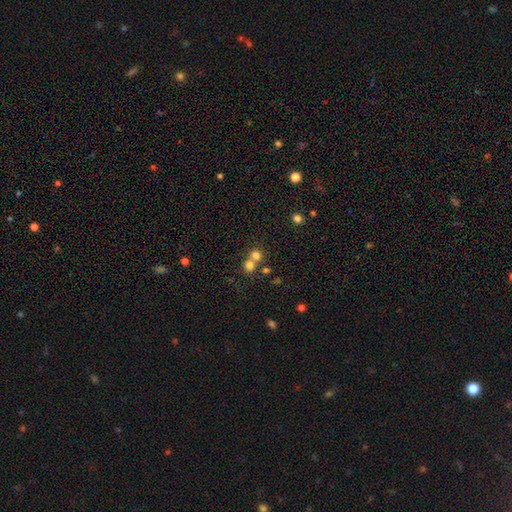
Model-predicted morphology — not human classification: Overall: smooth (74%). How rounded: round (84%). Merging: merger (51%; none 41%).